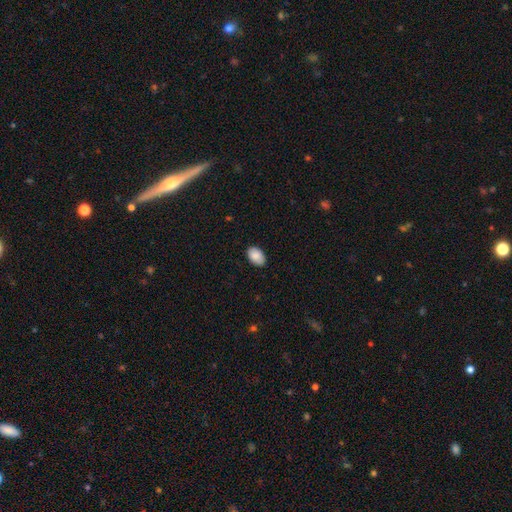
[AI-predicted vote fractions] smooth 88%, star or artifact 7%, featured or disk 5%. Down the decision tree: how rounded — in between (89%); merging — none (86%).